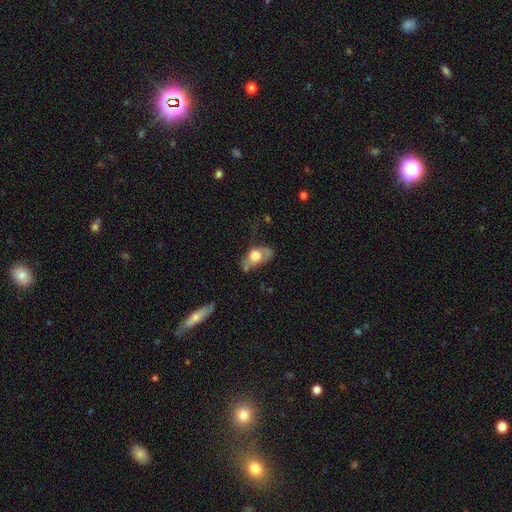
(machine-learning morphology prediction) Smooth or featured?
  - smooth: 58% *
  - featured or disk: 35%
  - star or artifact: 7%
How rounded?
  - in between: 83% *
  - round: 12%
  - cigar-shaped: 6%
Merging?
  - none: 42% *
  - minor disturbance: 31%
  - major disturbance: 22%
  - merger: 6%